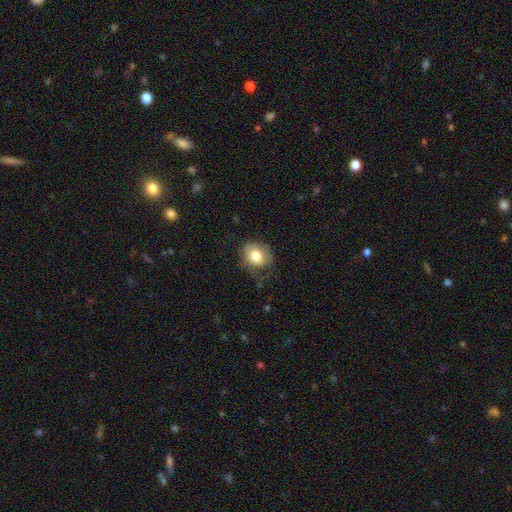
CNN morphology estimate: type=smooth (74%); roundness=round (53%); merging=none (56%).